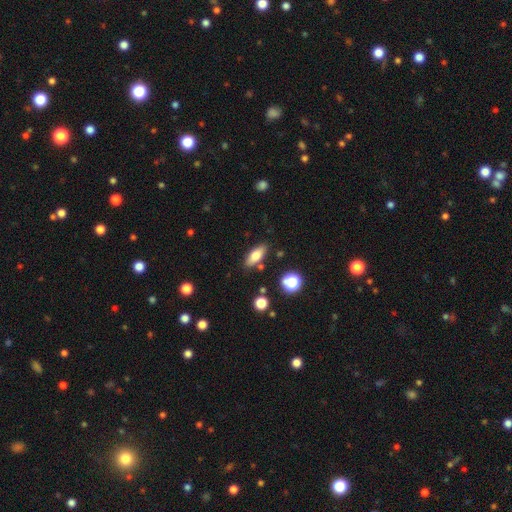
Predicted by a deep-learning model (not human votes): smooth 74%, featured or disk 17%, star or artifact 9%. Down the decision tree: how rounded — in between (74%); merging — none (81%).